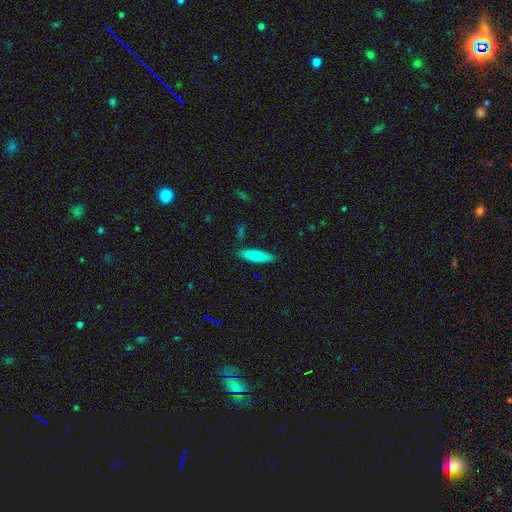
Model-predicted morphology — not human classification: Smooth or featured? smooth (82%)
How rounded? cigar-shaped (65%)
Merging? none (85%)